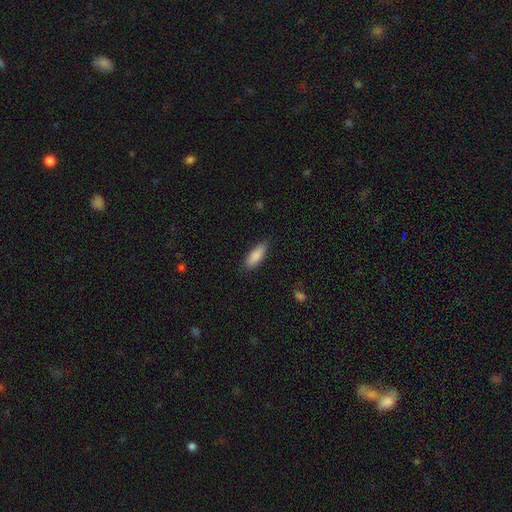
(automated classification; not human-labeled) smooth 88%, star or artifact 6%, featured or disk 6%. Down the decision tree: how rounded — in between (69%); merging — none (84%).